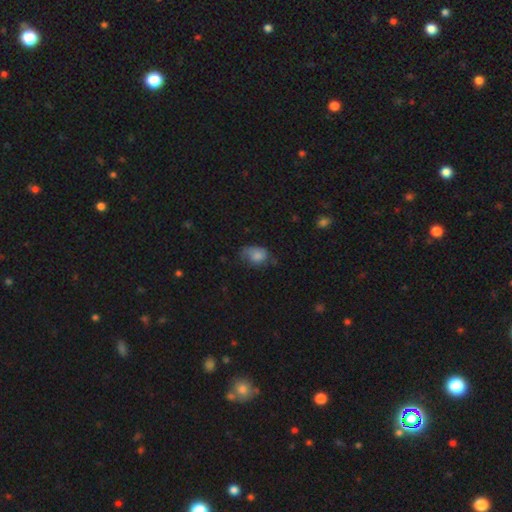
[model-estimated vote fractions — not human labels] Smooth or featured? Predicted: smooth (p=0.70). How rounded? Predicted: in between (p=0.76). Merging? Predicted: none (p=0.45).